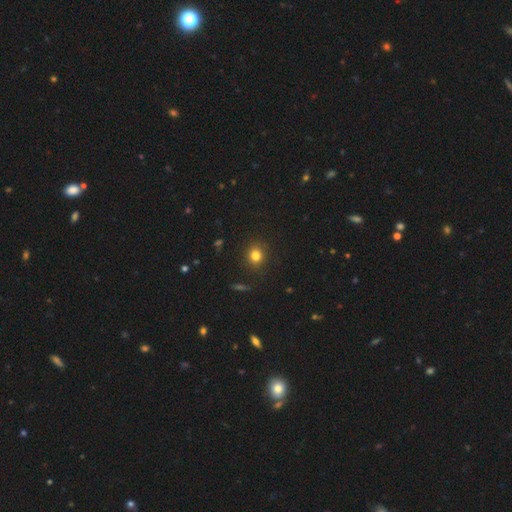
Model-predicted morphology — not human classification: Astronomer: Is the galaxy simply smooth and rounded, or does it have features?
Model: smooth — 81%.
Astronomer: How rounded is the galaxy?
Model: round — 79%.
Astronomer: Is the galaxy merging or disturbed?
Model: none — 89%.